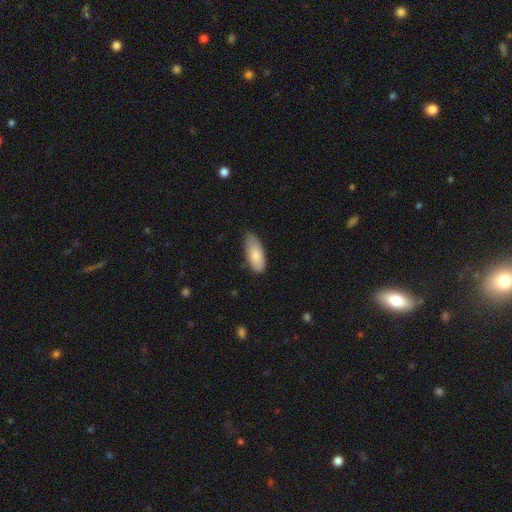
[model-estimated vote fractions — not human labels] Smooth or featured: smooth — 81% (featured or disk — 13%)
How rounded: in between — 86% (cigar-shaped — 12%)
Merging: none — 66% (minor disturbance — 29%)